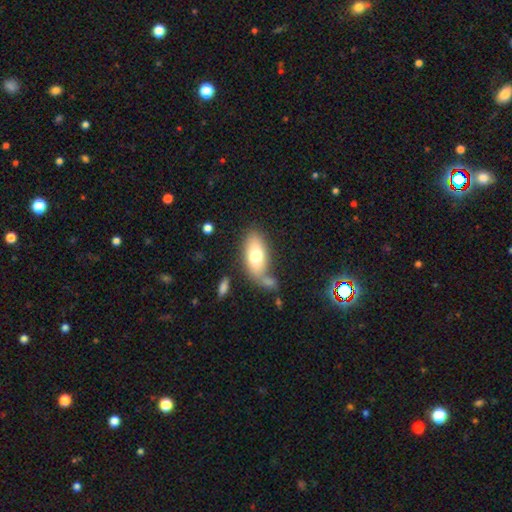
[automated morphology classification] A smooth galaxy with no disk features (72%) that is in between round and cigar-shaped (90%). Merging: none (55%).